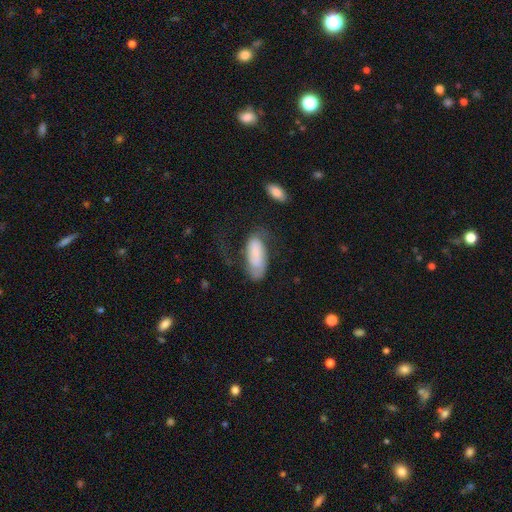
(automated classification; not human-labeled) This appears to be a smooth galaxy with no disk features (62%) that is in between round and cigar-shaped (85%). Merging: none (38%).